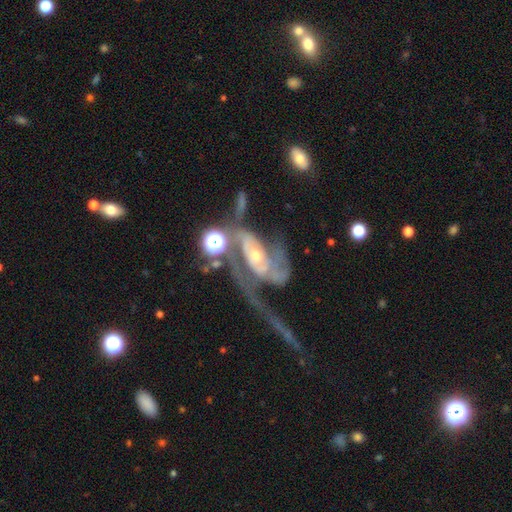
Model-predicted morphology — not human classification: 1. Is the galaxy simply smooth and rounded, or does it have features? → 86% featured or disk, 7% star or artifact, 7% smooth.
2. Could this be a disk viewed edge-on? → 95% no, 5% yes.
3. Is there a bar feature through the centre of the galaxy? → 50% no, 32% weak, 18% strong.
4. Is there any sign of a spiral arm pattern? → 92% yes, 8% no.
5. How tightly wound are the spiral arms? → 41% medium, 32% loose, 27% tight.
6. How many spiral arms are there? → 57% 2, 16% 1, 14% can't tell, 7% 3, 3% 4, 3% more than 4.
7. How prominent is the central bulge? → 53% small, 41% moderate, 3% large, 2% none, 1% dominant.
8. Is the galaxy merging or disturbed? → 49% major disturbance, 21% none, 18% merger, 12% minor disturbance.